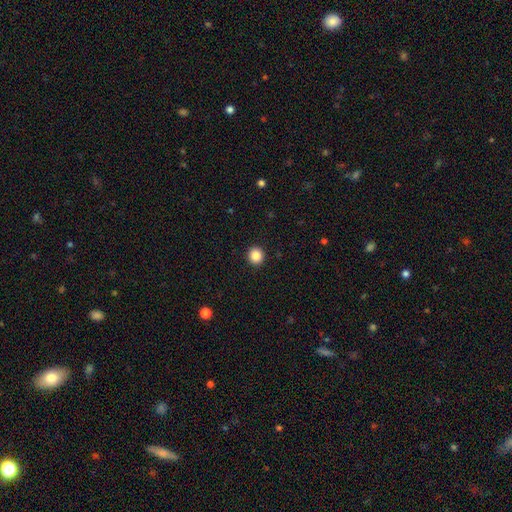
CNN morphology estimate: A smooth galaxy with no disk features (86%) that is round (91%).

Vote fractions:
- Smooth or featured? smooth: 86% / star or artifact: 10% / featured or disk: 4%
- How rounded? round: 91% / in between: 8% / cigar-shaped: 1%
- Merging? none: 93% / minor disturbance: 4% / major disturbance: 2% / merger: 1%